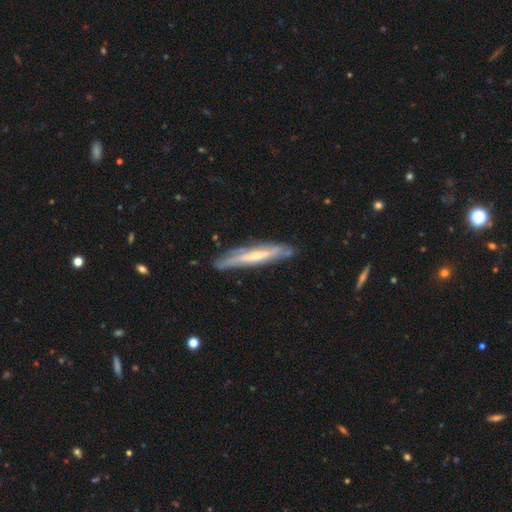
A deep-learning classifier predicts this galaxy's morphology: Overall: featured or disk (65%; smooth 29%). Edge-on disk: yes (74%). Merging: none (75%).